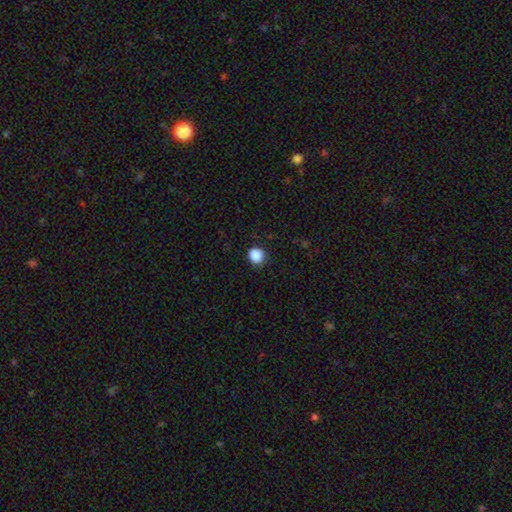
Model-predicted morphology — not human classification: Smooth or featured?
  - smooth: 88% *
  - star or artifact: 10%
  - featured or disk: 3%
How rounded?
  - round: 83% *
  - in between: 16%
  - cigar-shaped: 1%
Merging?
  - none: 87% *
  - minor disturbance: 9%
  - major disturbance: 2%
  - merger: 1%